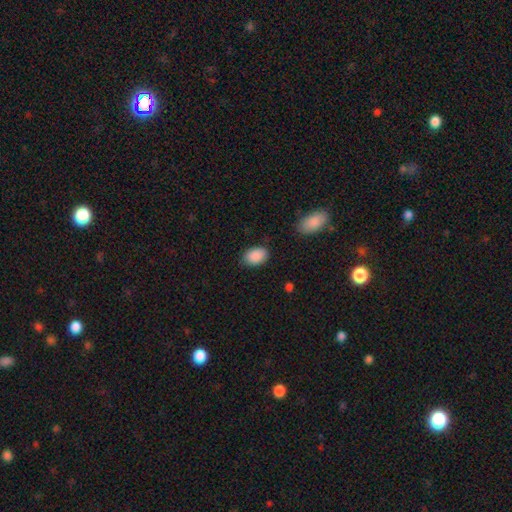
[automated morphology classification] A smooth galaxy with no disk features (90%) that is in between round and cigar-shaped (87%). Merging: none (82%).